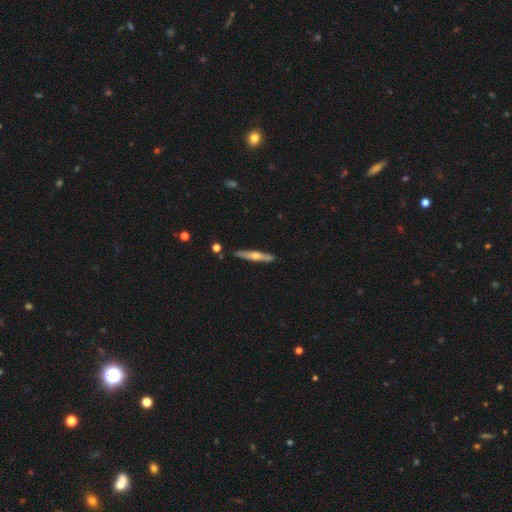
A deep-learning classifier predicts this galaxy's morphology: Smooth or featured: featured or disk — 57% (smooth — 37%)
Edge-on disk: yes — 93% (no — 7%)
Edge-on bulge: rounded — 87% (none — 10%)
Merging: none — 86% (minor disturbance — 10%)